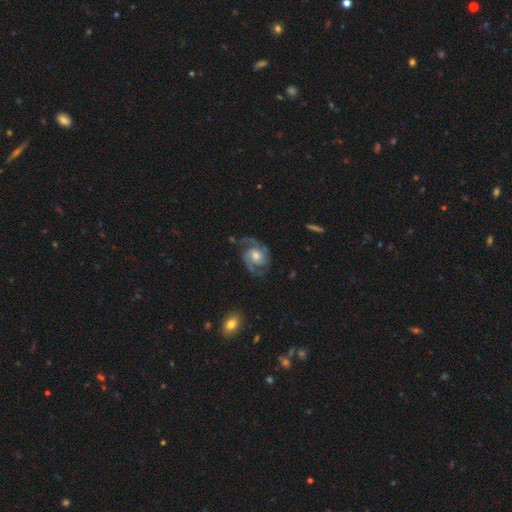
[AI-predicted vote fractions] This appears to be a featured or disk galaxy (89%) with no bar (64%), 2 (83%) medium (53%) spiral arms (98%) and a moderate central bulge (61%). Merging: none (75%).